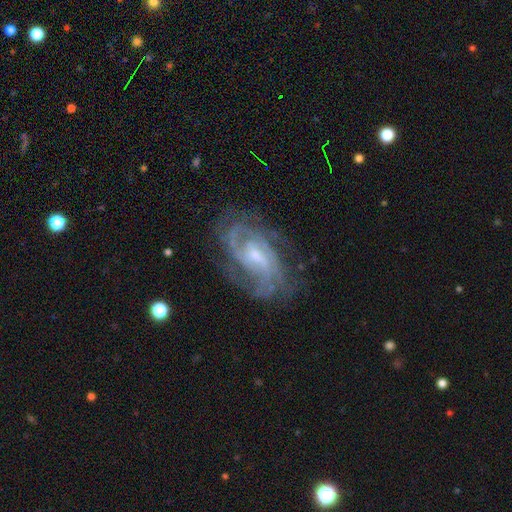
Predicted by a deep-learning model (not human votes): The model was most divided on "spiral arm count": 2: 32%, can't tell: 28%, 3: 21%, 4: 10%, 1: 5%, more than 4: 5%. More confident: edge-on disk — no (96%); spiral arms — yes (95%); smooth or featured — featured or disk (87%); merging — none (69%); bar — weak (53%); bulge size — small (52%); spiral winding — tight (50%).